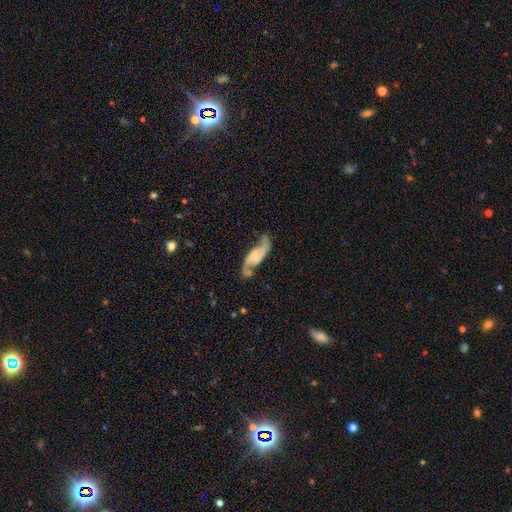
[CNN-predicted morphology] type=featured or disk (75%); edge-on=no (91%); bar=no (54%); spiral arms=yes (94%); winding=loose (47%); arm count=2 (90%); bulge=small (52%); merging=none (61%).